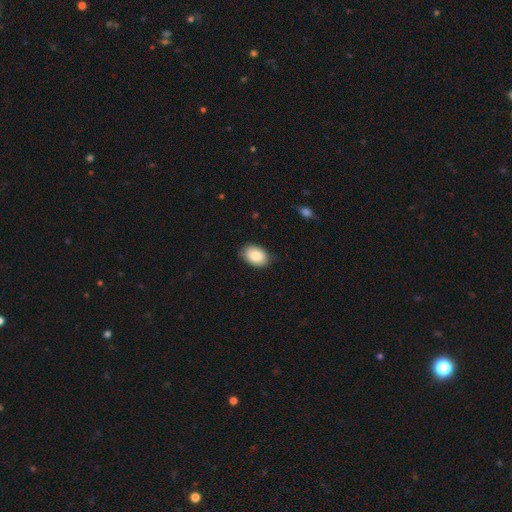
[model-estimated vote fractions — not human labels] smooth-or-featured: smooth: 85% | featured or disk: 8% | star or artifact: 7%
  how-rounded: in between: 84% | round: 15% | cigar-shaped: 1%
  merging: none: 82% | minor disturbance: 15% | major disturbance: 2% | merger: 1%